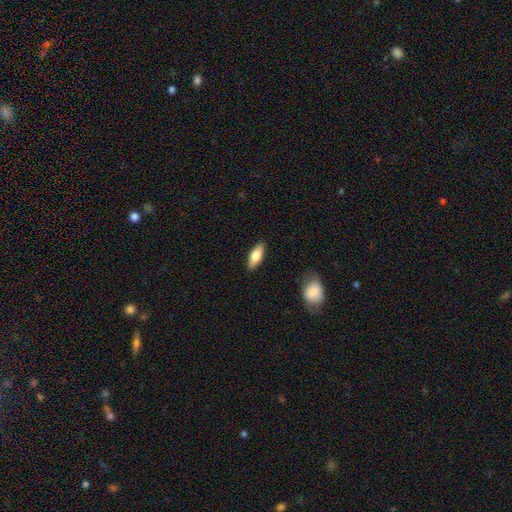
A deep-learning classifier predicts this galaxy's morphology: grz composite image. It shows a smooth galaxy with no disk features (72%) that is in between round and cigar-shaped (73%). Merging: none (87%).